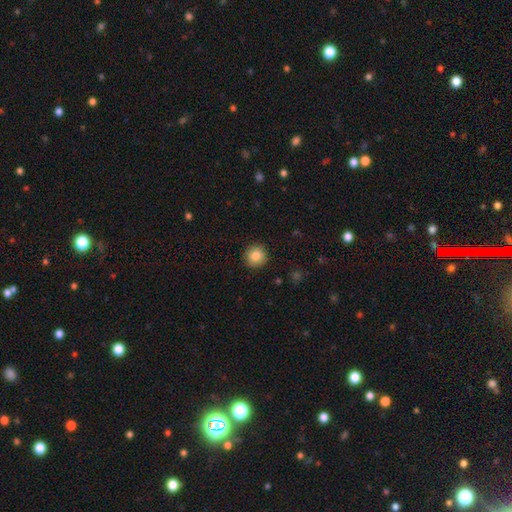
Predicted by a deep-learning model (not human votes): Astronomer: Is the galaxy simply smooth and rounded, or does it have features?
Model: smooth — 83%.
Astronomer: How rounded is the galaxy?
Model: round — 95%.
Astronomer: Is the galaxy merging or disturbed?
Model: none — 92%.